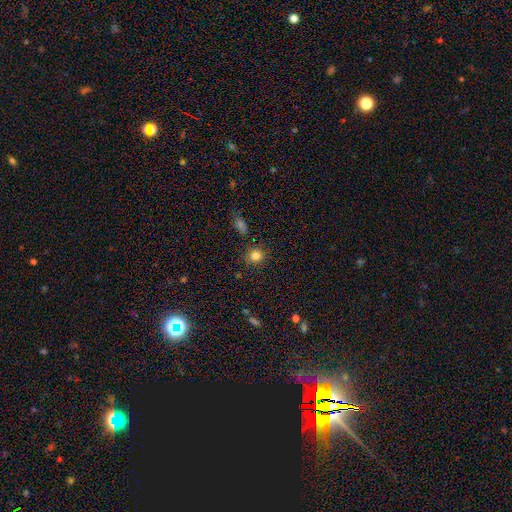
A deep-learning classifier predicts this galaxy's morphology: The model was most divided on "smooth or featured": smooth: 81%, star or artifact: 13%, featured or disk: 5%. More confident: how rounded — round (87%); merging — none (87%).